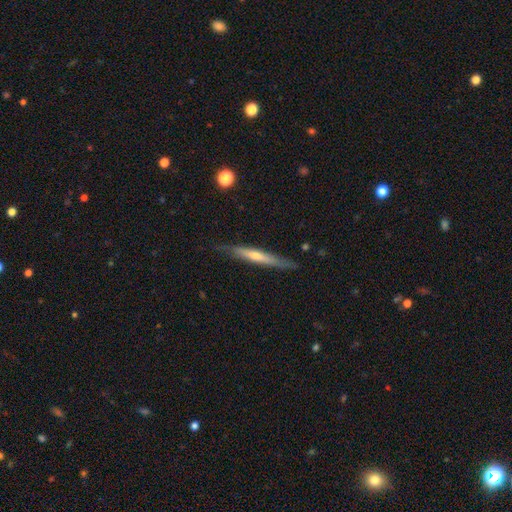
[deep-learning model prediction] Smooth or featured: featured or disk — 55% (smooth — 39%)
Edge-on disk: yes — 92% (no — 8%)
Edge-on bulge: rounded — 55% (none — 39%)
Merging: none — 81% (minor disturbance — 15%)